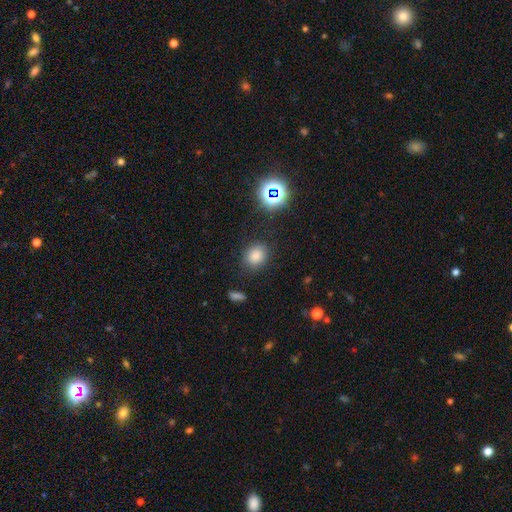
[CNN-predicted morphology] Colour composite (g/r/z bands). It shows a smooth galaxy with no disk features (78%) that is round (62%). Merging: none (82%).